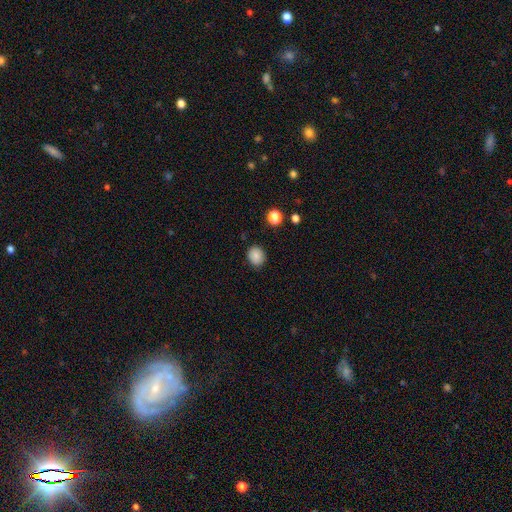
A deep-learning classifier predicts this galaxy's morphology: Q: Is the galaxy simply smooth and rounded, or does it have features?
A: smooth — 85%.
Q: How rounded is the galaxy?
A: round — 67%.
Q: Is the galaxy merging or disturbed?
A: none — 86%.